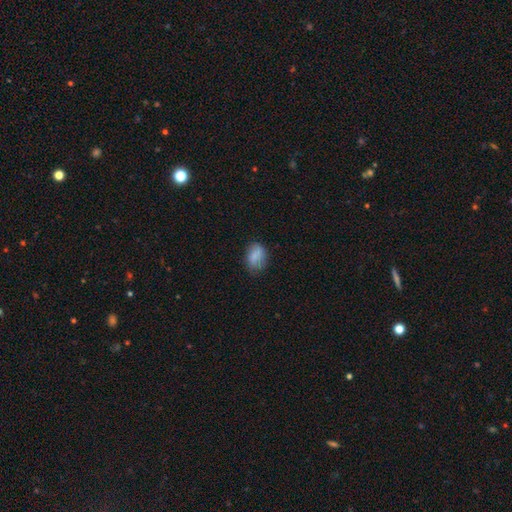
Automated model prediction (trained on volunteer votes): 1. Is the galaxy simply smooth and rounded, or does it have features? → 83% smooth, 9% featured or disk, 8% star or artifact.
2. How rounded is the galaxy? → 74% in between, 24% round, 1% cigar-shaped.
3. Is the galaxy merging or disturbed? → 73% none, 21% minor disturbance, 5% major disturbance, 1% merger.